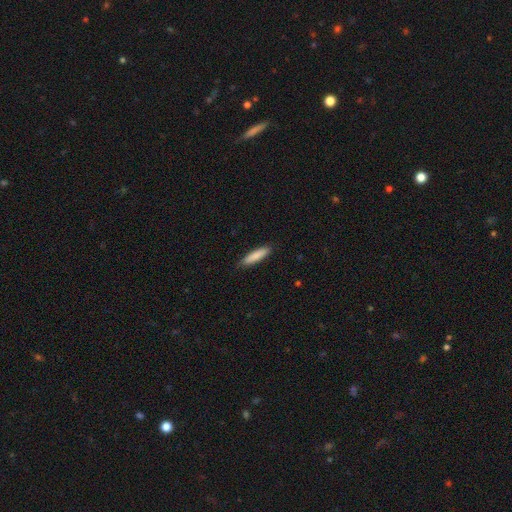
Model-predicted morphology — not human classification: type=smooth (85%); roundness=cigar-shaped (79%); merging=none (87%).